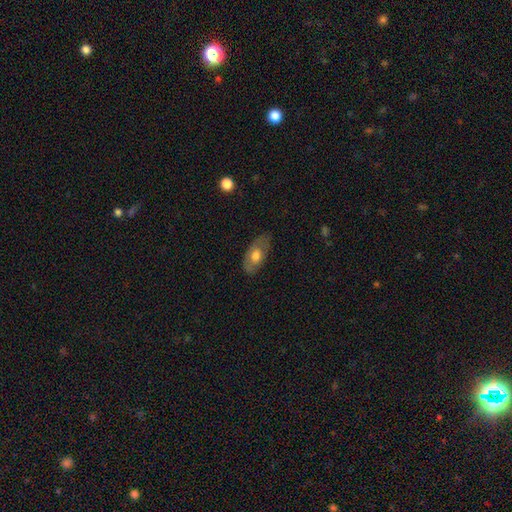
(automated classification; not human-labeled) Overall: smooth (61%; featured or disk 33%). How rounded: in between (90%). Merging: none (70%).